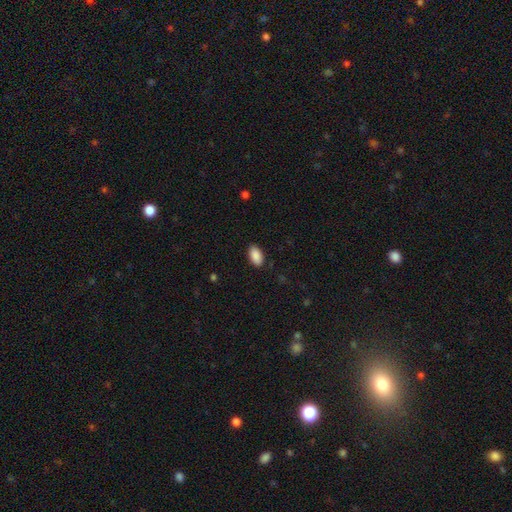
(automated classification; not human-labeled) This appears to be a smooth galaxy with no disk features (90%) that is in between round and cigar-shaped (95%). Merging: none (87%).